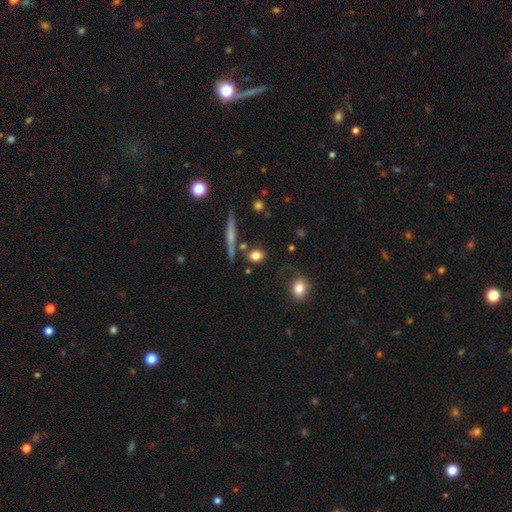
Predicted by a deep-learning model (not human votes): A smooth galaxy with no disk features (80%) that is round (46%, tied with in between). Merging: none (74%).